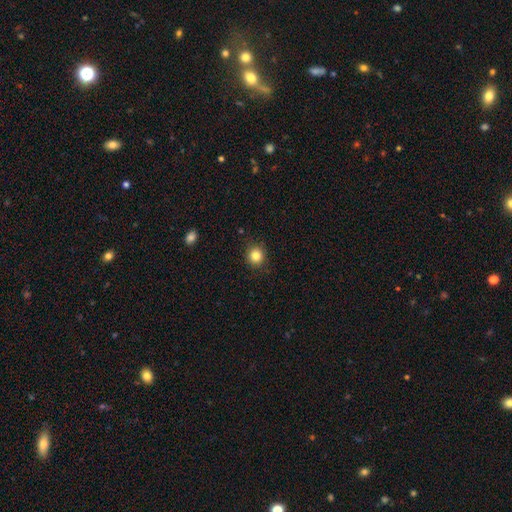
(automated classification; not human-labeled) A smooth galaxy with no disk features (84%) that is round (90%).

Vote fractions:
- Smooth or featured? smooth: 84% / star or artifact: 11% / featured or disk: 5%
- How rounded? round: 90% / in between: 9% / cigar-shaped: 1%
- Merging? none: 89% / minor disturbance: 8% / major disturbance: 2% / merger: 1%